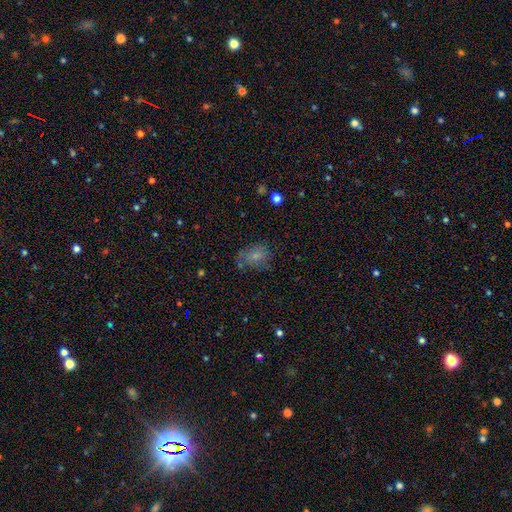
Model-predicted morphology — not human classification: type=smooth (69%); roundness=in between (73%); merging=none (58%).